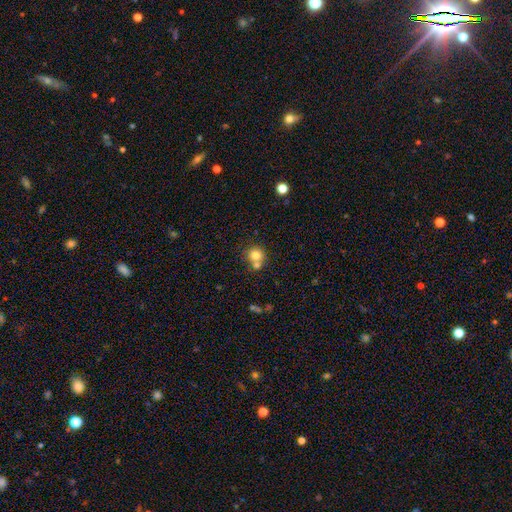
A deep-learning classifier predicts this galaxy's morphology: Smooth or featured? Predicted: smooth (p=0.77). How rounded? Predicted: round (p=0.87). Merging? Predicted: none (p=0.52).